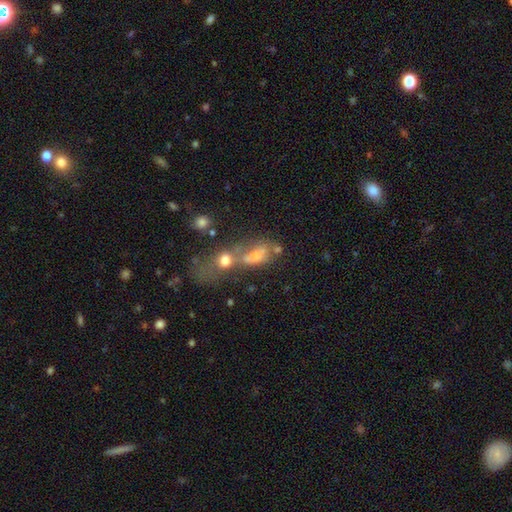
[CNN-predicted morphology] This appears to be a smooth galaxy with no disk features (59%) that is in between round and cigar-shaped (70%). Merging: merger (53%).